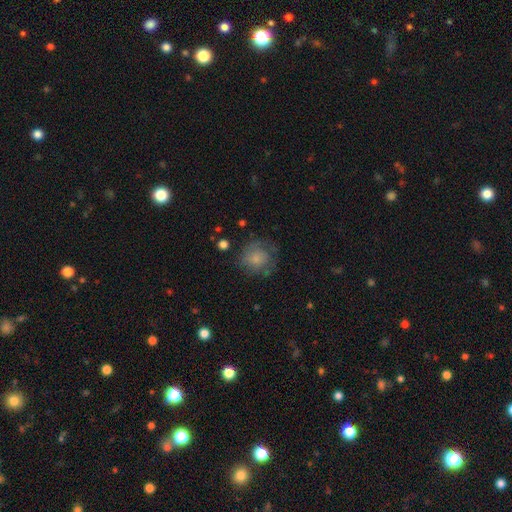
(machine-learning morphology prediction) smooth_or_featured: smooth (p=0.60) [alt: featured or disk p=0.25]
how_rounded: round (p=0.83) [alt: in between p=0.16]
merging: none (p=0.68) [alt: minor disturbance p=0.19]